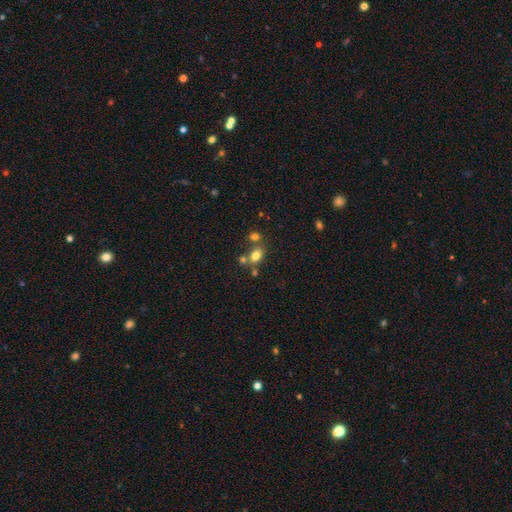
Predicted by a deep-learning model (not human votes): Smooth or featured? Predicted: smooth (p=0.77). How rounded? Predicted: in between (p=0.72). Merging? Predicted: none (p=0.54).